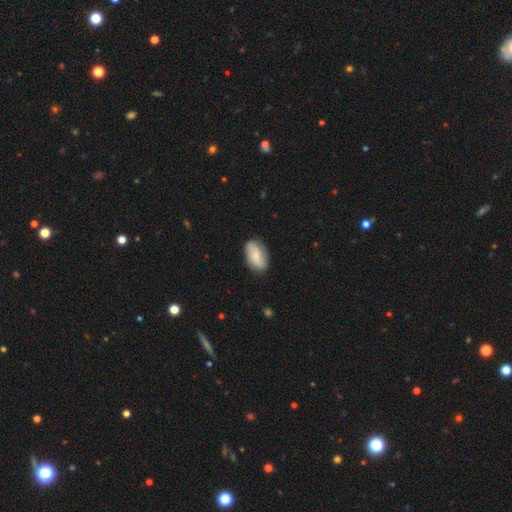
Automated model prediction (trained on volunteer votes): Overall: smooth (52%; featured or disk 42%). How rounded: in between (91%). Merging: none (82%).